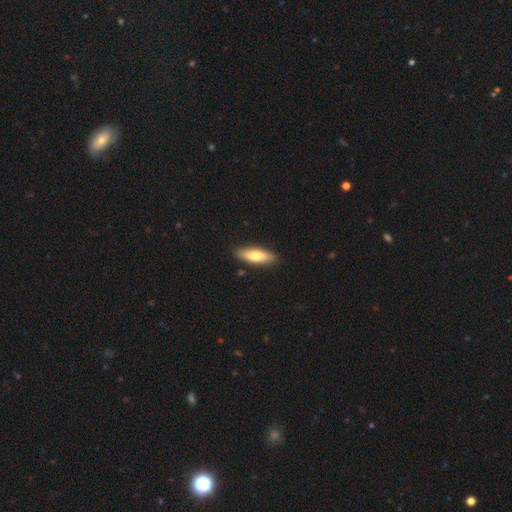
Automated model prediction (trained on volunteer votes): Smooth or featured? smooth (73%)
How rounded? in between (50%)
Merging? none (87%)